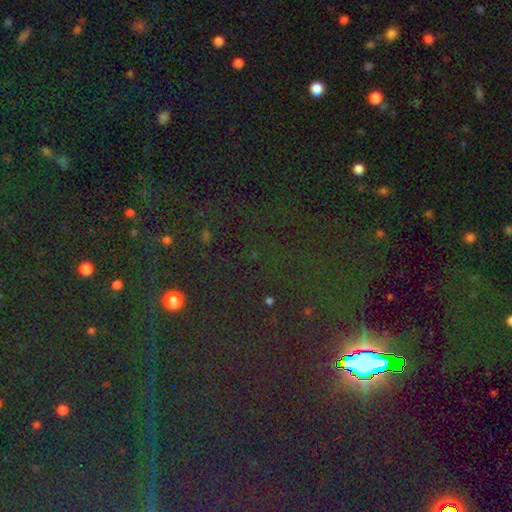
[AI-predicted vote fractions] smooth_or_featured: star or artifact (p=0.84) [alt: smooth p=0.09]